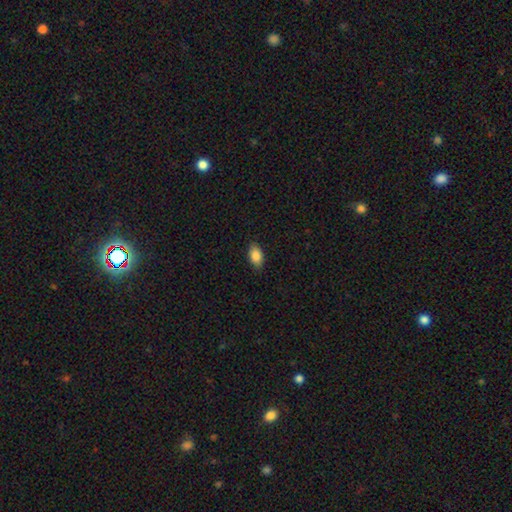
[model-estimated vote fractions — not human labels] This is clearly a smooth galaxy (87%). How rounded: clearly in between (91%). Merging: clearly none (86%).